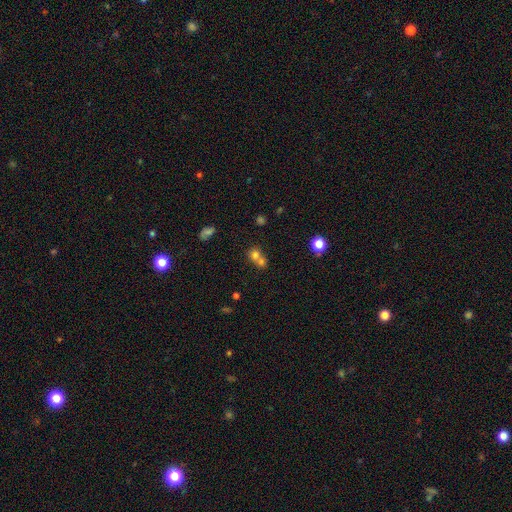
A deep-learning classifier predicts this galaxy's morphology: This is likely a smooth galaxy (70%). How rounded: likely round (77%). Merging: possibly merger (59%).